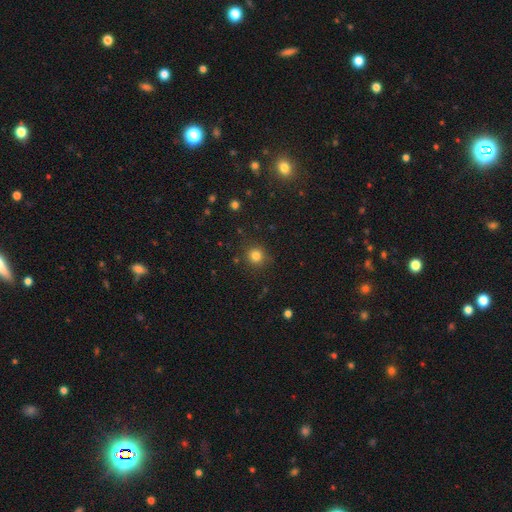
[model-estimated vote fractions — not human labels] smooth 81%, star or artifact 14%, featured or disk 5%. Down the decision tree: how rounded — round (92%); merging — none (87%).